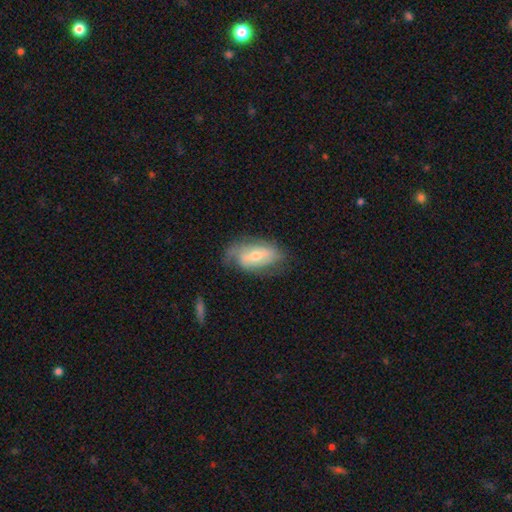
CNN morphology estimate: featured or disk 56%, smooth 37%, star or artifact 7%. Down the decision tree: edge-on disk — no (89%); bar — weak (41%); spiral arms — yes (74%); bulge size — moderate (55%); merging — none (56%).